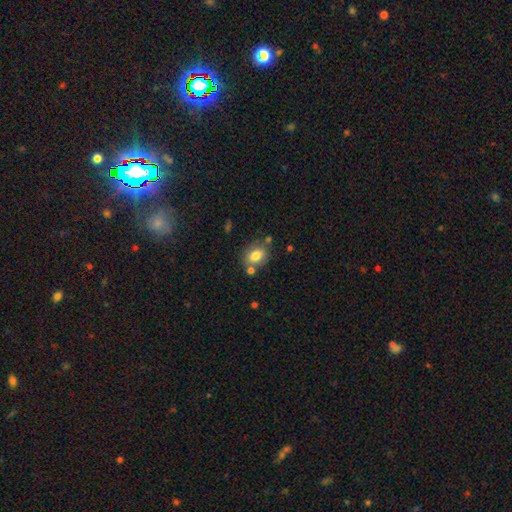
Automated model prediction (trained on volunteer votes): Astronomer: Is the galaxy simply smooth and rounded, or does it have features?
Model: smooth — 77%.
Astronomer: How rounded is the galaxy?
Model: in between — 65%.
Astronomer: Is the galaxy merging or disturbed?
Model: none — 67%.